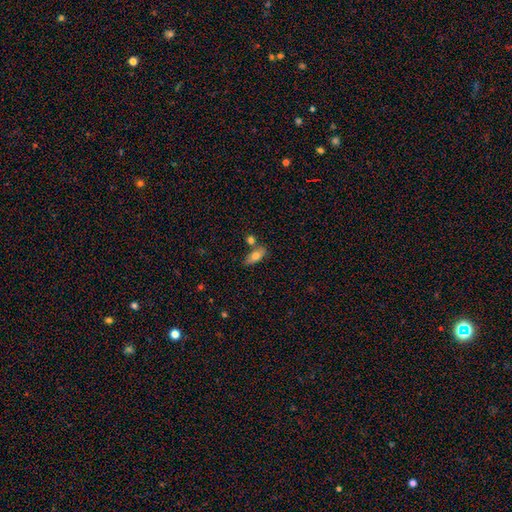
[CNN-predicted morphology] Smooth or featured? Predicted: smooth (p=0.74). How rounded? Predicted: in between (p=0.79). Merging? Predicted: none (p=0.62).